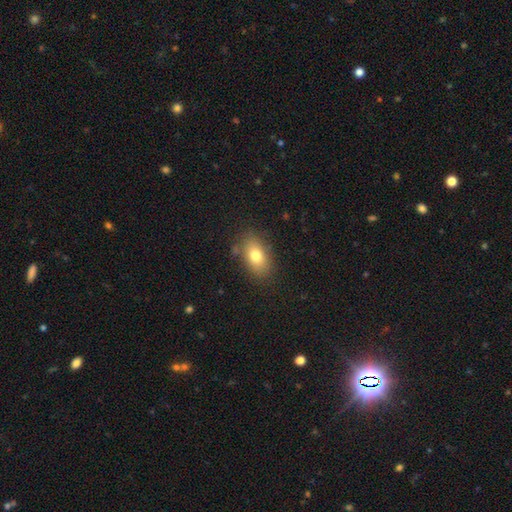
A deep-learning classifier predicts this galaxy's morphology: The model was most divided on "smooth or featured": smooth: 77%, featured or disk: 14%, star or artifact: 9%. More confident: how rounded — in between (86%); merging — none (80%).